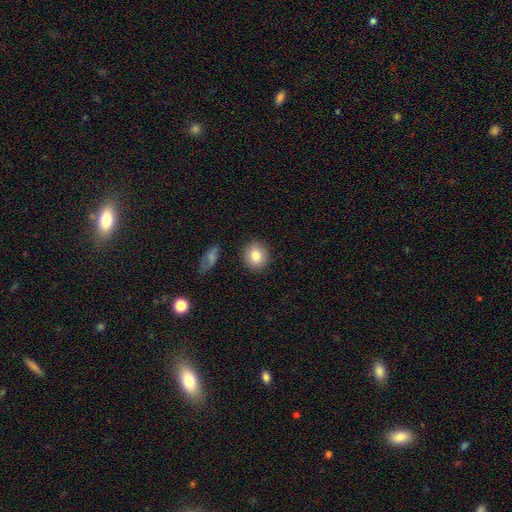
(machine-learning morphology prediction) A smooth galaxy with no disk features (82%) that is round (82%).

Vote fractions:
- Smooth or featured? smooth: 82% / featured or disk: 10% / star or artifact: 9%
- How rounded? round: 82% / in between: 17% / cigar-shaped: 1%
- Merging? none: 88% / minor disturbance: 8% / major disturbance: 2% / merger: 2%